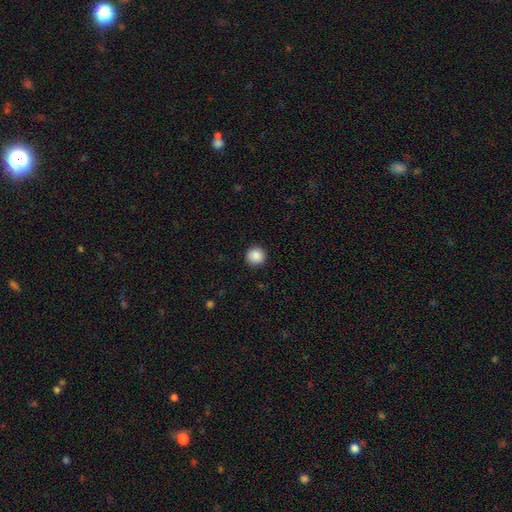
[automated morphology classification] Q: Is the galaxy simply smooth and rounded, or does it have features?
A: smooth — 88%.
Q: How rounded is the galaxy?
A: round — 94%.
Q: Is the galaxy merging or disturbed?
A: none — 91%.